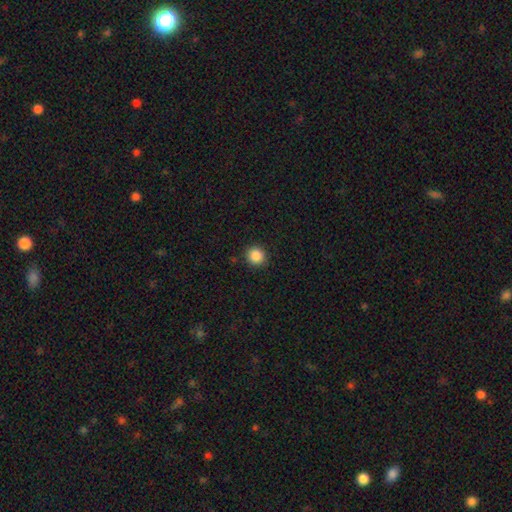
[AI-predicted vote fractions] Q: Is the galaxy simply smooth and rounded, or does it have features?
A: smooth — 87%.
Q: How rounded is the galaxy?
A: round — 94%.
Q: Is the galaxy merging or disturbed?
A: none — 91%.